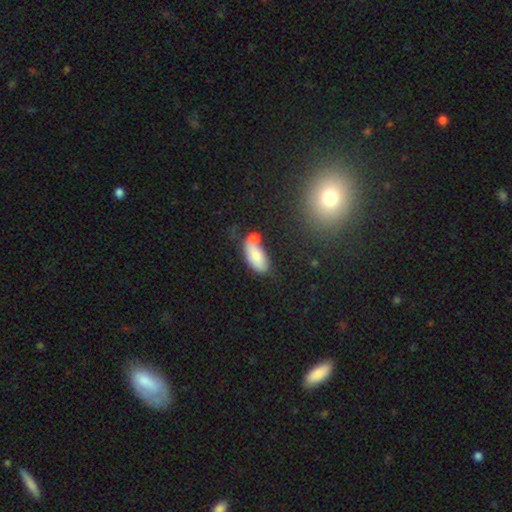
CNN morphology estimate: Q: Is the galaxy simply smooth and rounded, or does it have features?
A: smooth — 78%.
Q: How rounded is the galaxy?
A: in between — 88%.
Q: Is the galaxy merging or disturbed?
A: none — 42%.